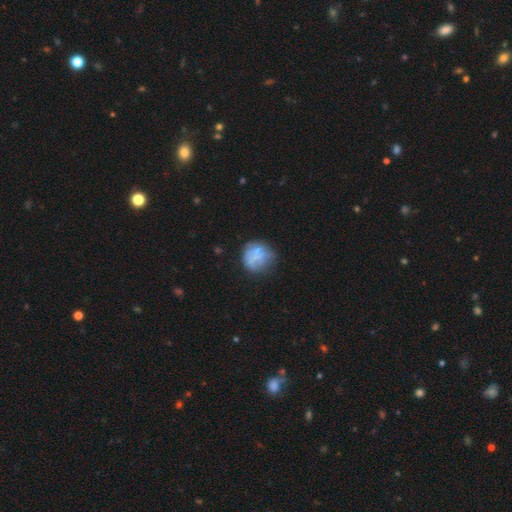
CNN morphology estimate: smooth 60%, featured or disk 30%, star or artifact 11%. Down the decision tree: how rounded — round (84%); merging — none (53%).